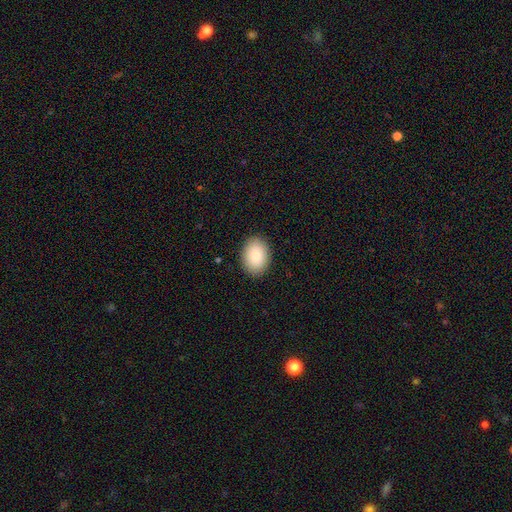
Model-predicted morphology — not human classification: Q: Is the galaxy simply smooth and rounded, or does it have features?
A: smooth — 89%.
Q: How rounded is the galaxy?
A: in between — 81%.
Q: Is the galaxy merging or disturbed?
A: none — 90%.